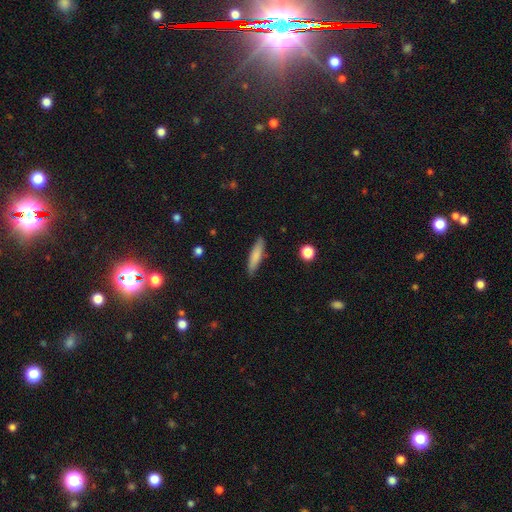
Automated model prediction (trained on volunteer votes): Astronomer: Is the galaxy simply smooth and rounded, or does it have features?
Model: smooth — 79%.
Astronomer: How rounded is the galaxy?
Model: cigar-shaped — 78%.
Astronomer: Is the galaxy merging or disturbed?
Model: none — 86%.